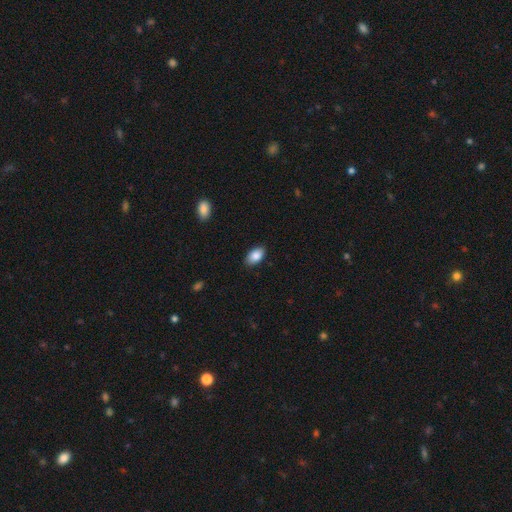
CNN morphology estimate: Overall: smooth (88%). How rounded: in between (93%). Merging: none (87%).